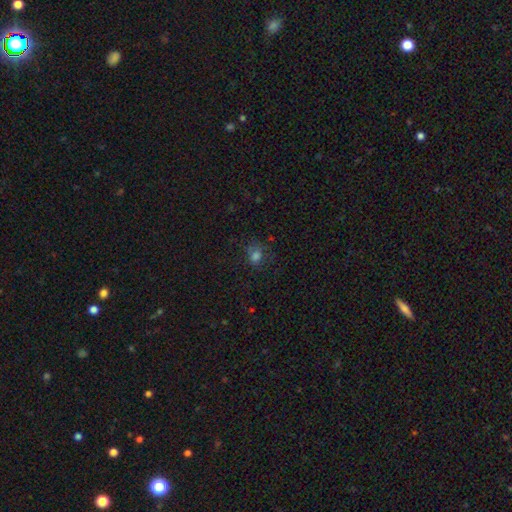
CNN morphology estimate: This appears to be a smooth galaxy with no disk features (66%) that is round (57%). Merging: none (57%).